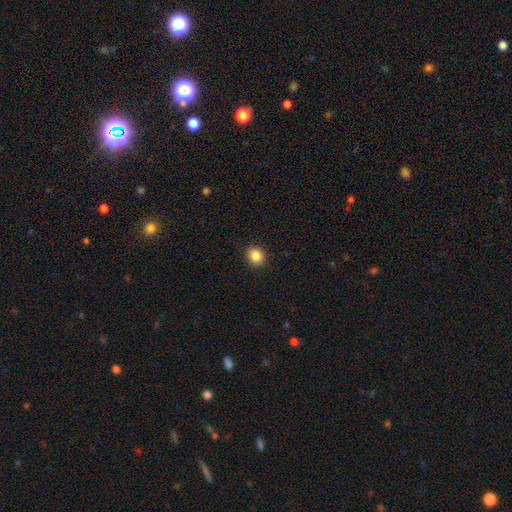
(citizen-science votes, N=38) Smooth or featured?
  - smooth: 92% *
  - star or artifact: 5%
  - featured or disk: 3%
How rounded?
  - round: 80% *
  - in between: 20%
  - cigar-shaped: 0%
Merging?
  - none: 94% *
  - minor disturbance: 3%
  - major disturbance: 3%
  - merger: 0%